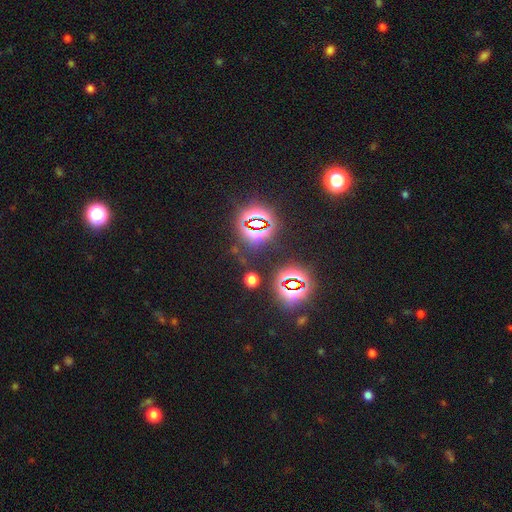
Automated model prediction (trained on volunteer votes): A star or artifact, not a galaxy (78%).

Vote fractions:
- Smooth or featured? star or artifact: 78% / smooth: 16% / featured or disk: 7%